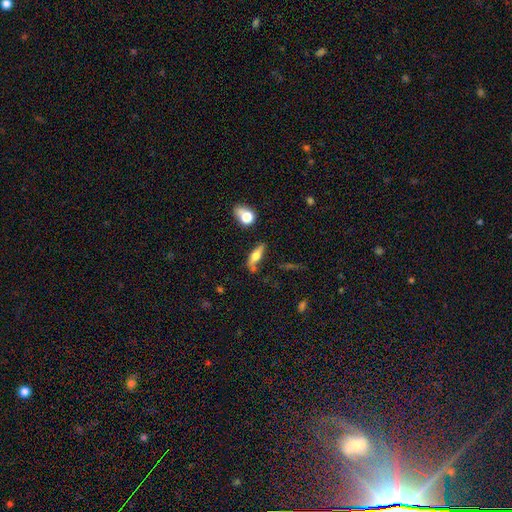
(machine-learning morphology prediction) Q: Smooth or featured?
A: smooth (47%); runner-up: featured or disk (44%)
Q: Merging?
A: none (57%); runner-up: minor disturbance (24%)